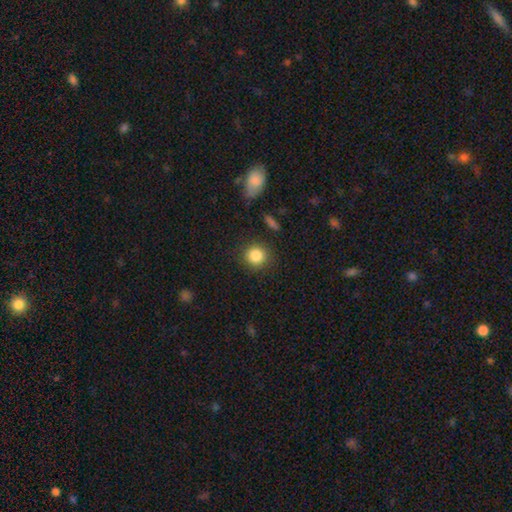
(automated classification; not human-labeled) A smooth galaxy with no disk features (85%) that is round (89%).

Vote fractions:
- Smooth or featured? smooth: 85% / star or artifact: 10% / featured or disk: 5%
- How rounded? round: 89% / in between: 10% / cigar-shaped: 1%
- Merging? none: 88% / minor disturbance: 8% / major disturbance: 3% / merger: 2%